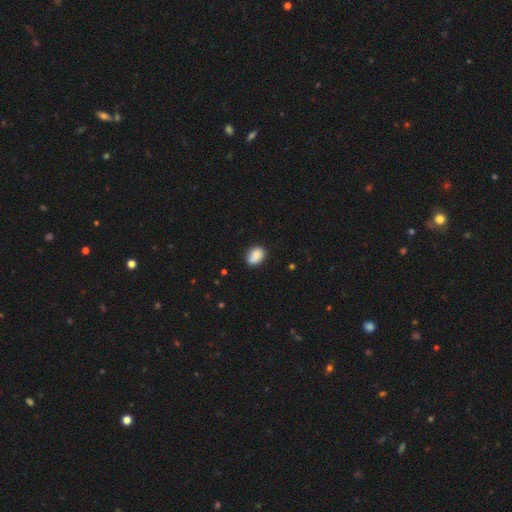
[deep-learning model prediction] Smooth or featured? Predicted: smooth (p=0.87). How rounded? Predicted: in between (p=0.79). Merging? Predicted: none (p=0.79).